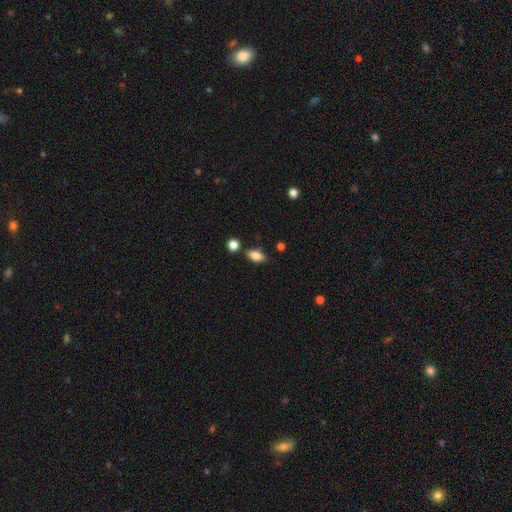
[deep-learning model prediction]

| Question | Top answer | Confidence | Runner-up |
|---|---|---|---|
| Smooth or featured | smooth | 80% | featured or disk (11%) |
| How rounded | in between | 86% | round (8%) |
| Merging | none | 76% | minor disturbance (15%) |